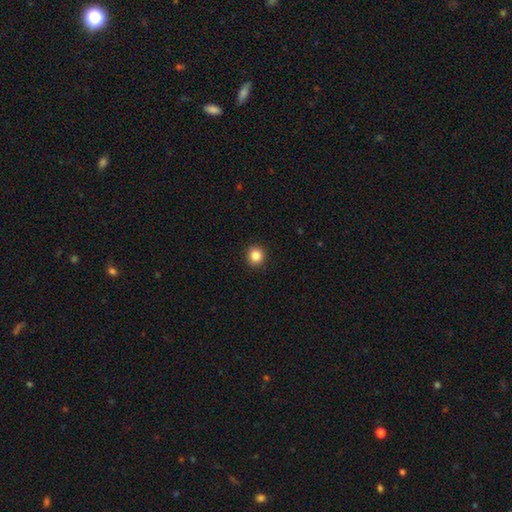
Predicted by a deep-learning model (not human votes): Smooth or featured?
  - smooth: 85% *
  - star or artifact: 11%
  - featured or disk: 5%
How rounded?
  - round: 94% *
  - in between: 5%
  - cigar-shaped: 1%
Merging?
  - none: 93% *
  - minor disturbance: 4%
  - major disturbance: 1%
  - merger: 1%